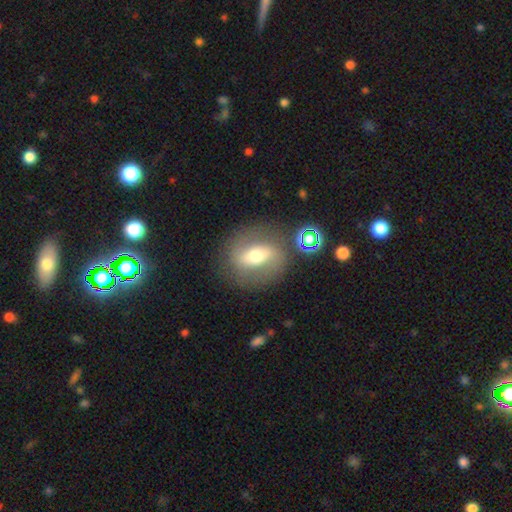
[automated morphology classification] Q: Smooth or featured?
A: featured or disk (57%); runner-up: smooth (34%)
Q: Edge-on disk?
A: no (88%); runner-up: yes (12%)
Q: Bar?
A: strong (46%); runner-up: weak (33%)
Q: Spiral arms?
A: yes (55%); runner-up: no (45%)
Q: Bulge size?
A: moderate (68%); runner-up: small (18%)
Q: Merging?
A: none (77%); runner-up: minor disturbance (12%)